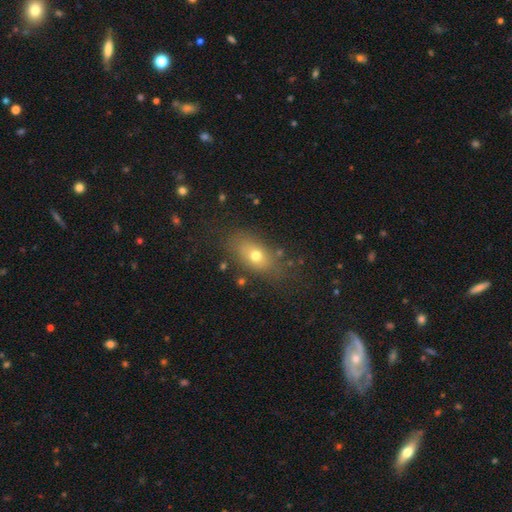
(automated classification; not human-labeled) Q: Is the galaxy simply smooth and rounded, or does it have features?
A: smooth — 69%.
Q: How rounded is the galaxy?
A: in between — 77%.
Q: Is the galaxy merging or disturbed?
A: none — 74%.